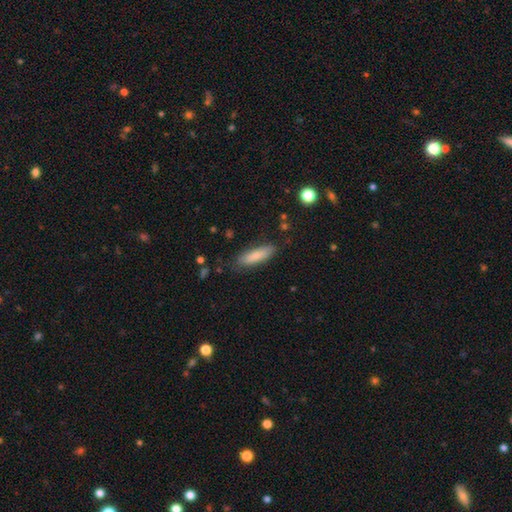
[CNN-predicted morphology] smooth-or-featured: smooth: 78% | featured or disk: 16% | star or artifact: 6%
  how-rounded: cigar-shaped: 56% | in between: 43% | round: 2%
  merging: none: 80% | minor disturbance: 15% | major disturbance: 3% | merger: 2%